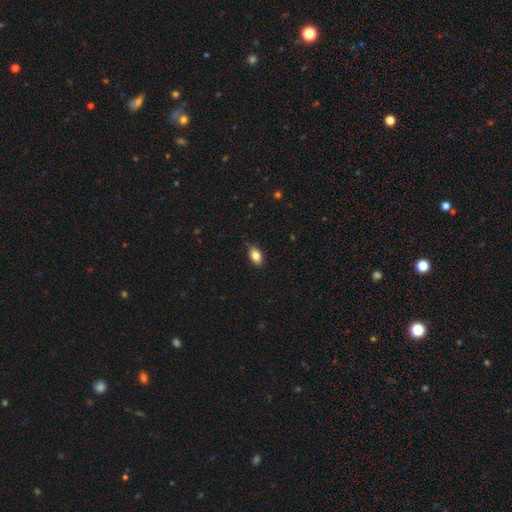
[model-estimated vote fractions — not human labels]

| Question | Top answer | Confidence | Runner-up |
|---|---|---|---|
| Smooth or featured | smooth | 83% | featured or disk (9%) |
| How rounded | in between | 87% | round (10%) |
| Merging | none | 80% | minor disturbance (17%) |